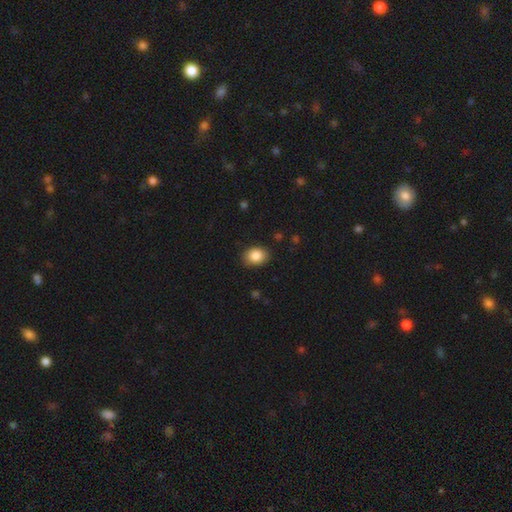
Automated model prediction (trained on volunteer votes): Smooth or featured? smooth (87%)
How rounded? in between (62%)
Merging? none (86%)